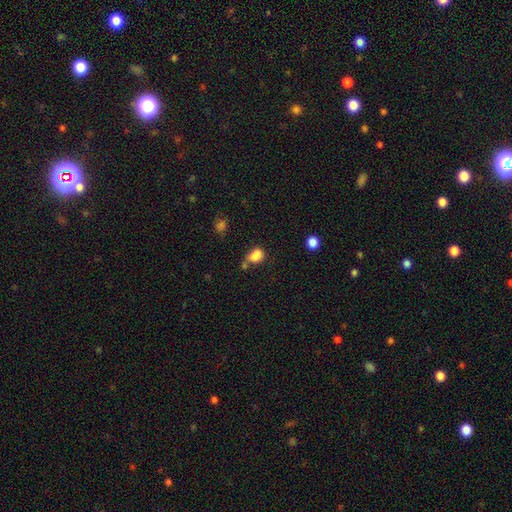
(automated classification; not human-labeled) Morphology: type=smooth (82%); roundness=in between (70%); merging=none (38%).